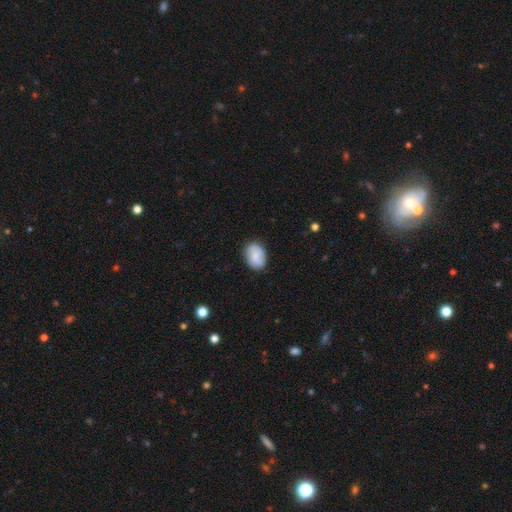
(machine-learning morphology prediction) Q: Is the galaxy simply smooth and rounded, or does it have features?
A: smooth — 75%.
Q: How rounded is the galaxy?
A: in between — 75%.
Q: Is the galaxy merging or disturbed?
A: none — 82%.